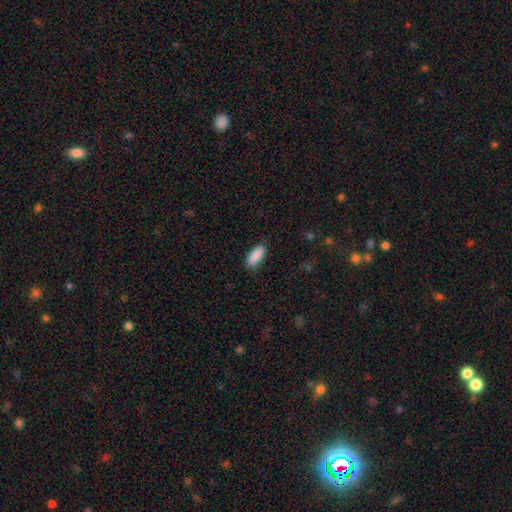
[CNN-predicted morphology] smooth_or_featured: smooth (p=0.90) [alt: star or artifact p=0.06]
how_rounded: in between (p=0.76) [alt: cigar-shaped p=0.22]
merging: none (p=0.82) [alt: minor disturbance p=0.14]